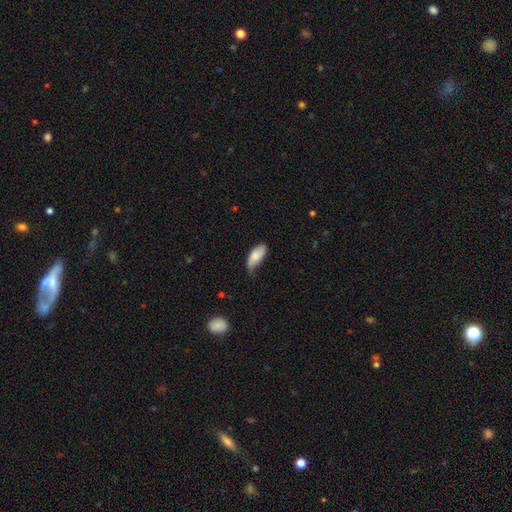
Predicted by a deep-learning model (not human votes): smooth-or-featured: smooth: 79% | featured or disk: 15% | star or artifact: 6%
  how-rounded: in between: 85% | cigar-shaped: 13% | round: 2%
  merging: minor disturbance: 45% | none: 43% | major disturbance: 10% | merger: 2%